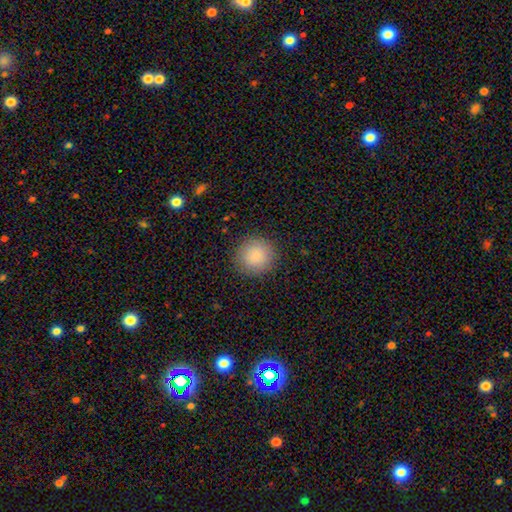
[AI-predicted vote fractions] Smooth or featured? Predicted: smooth (p=0.87). How rounded? Predicted: round (p=0.93). Merging? Predicted: none (p=0.90).